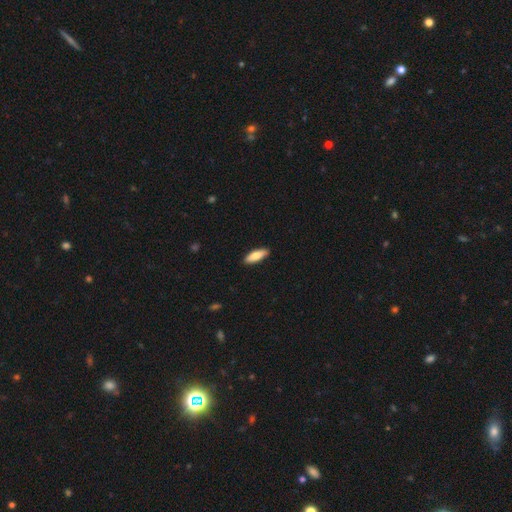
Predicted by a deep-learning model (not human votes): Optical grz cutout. It shows a smooth galaxy with no disk features (77%) that is in between round and cigar-shaped (52%). Merging: none (90%).